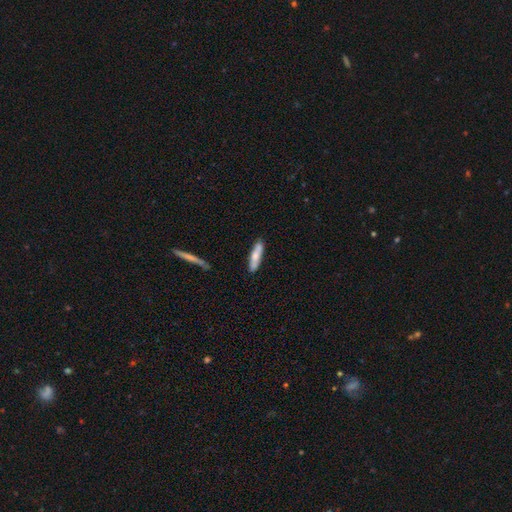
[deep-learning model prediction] Overall: smooth (68%). How rounded: cigar-shaped (80%). Merging: none (84%).